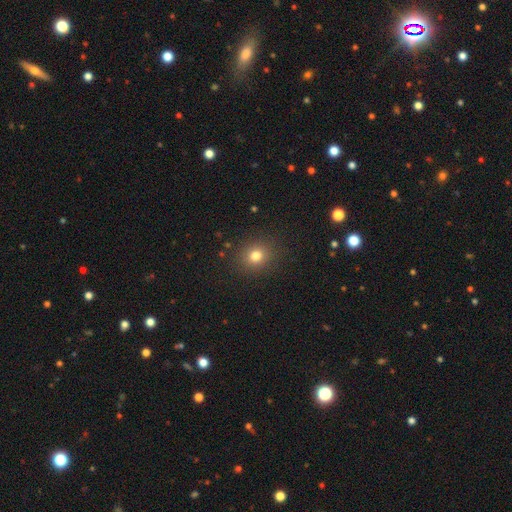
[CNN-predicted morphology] smooth-or-featured: smooth: 78% | star or artifact: 15% | featured or disk: 7%
  how-rounded: round: 75% | in between: 24% | cigar-shaped: 1%
  merging: none: 88% | minor disturbance: 8% | major disturbance: 3% | merger: 1%